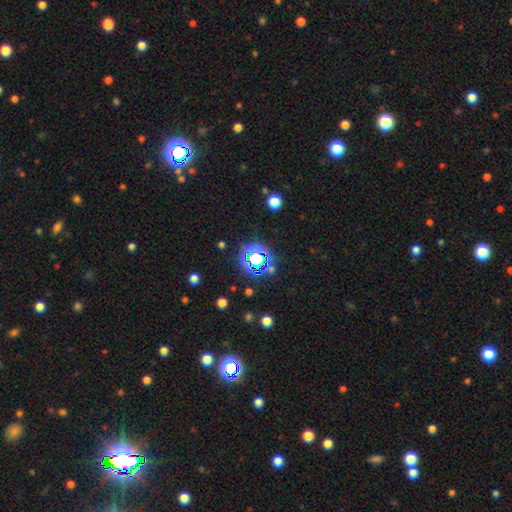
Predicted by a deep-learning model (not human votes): A star or artifact, not a galaxy (68%).